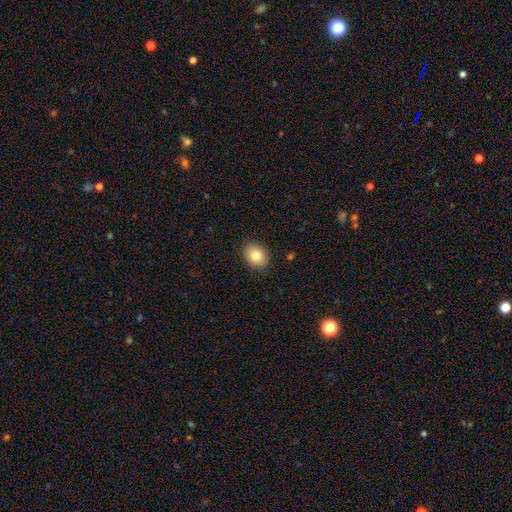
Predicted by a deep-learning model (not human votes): The model was most divided on "how rounded": in between: 57%, round: 42%, cigar-shaped: 1%. More confident: merging — none (90%); smooth or featured — smooth (82%).